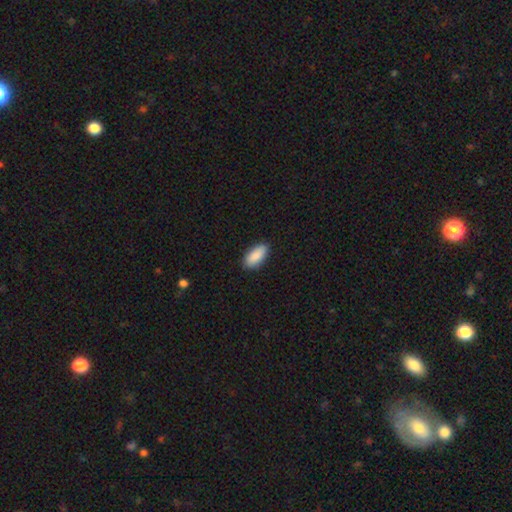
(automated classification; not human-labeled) A smooth galaxy with no disk features (90%) that is in between round and cigar-shaped (89%).

Vote fractions:
- Smooth or featured? smooth: 90% / star or artifact: 6% / featured or disk: 4%
- How rounded? in between: 89% / cigar-shaped: 9% / round: 2%
- Merging? none: 87% / minor disturbance: 10% / major disturbance: 2% / merger: 1%